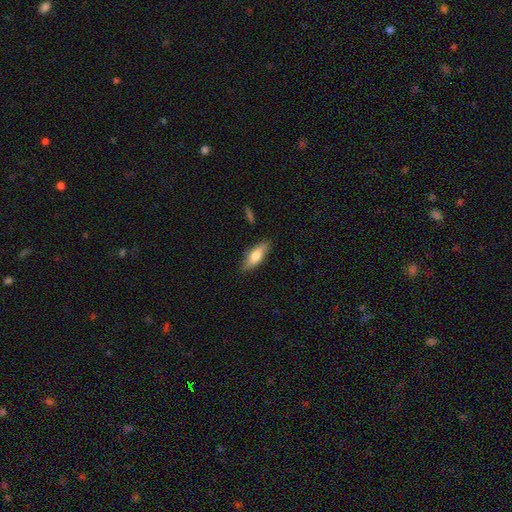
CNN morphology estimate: smooth_or_featured: smooth (p=0.73) [alt: featured or disk p=0.21]
how_rounded: in between (p=0.65) [alt: cigar-shaped p=0.32]
merging: none (p=0.83) [alt: minor disturbance p=0.13]